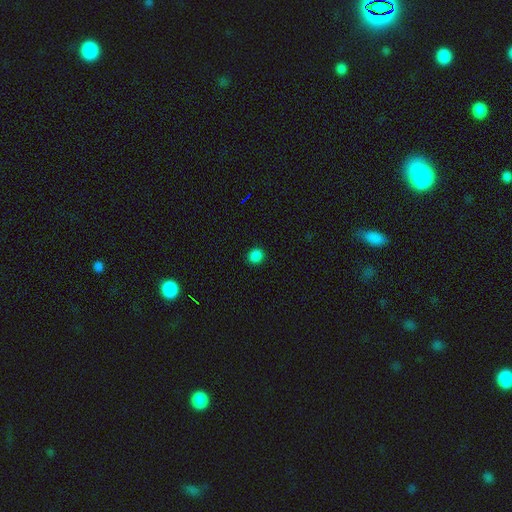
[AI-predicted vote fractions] smooth 84%, star or artifact 13%, featured or disk 2%. Down the decision tree: how rounded — round (84%); merging — none (91%).